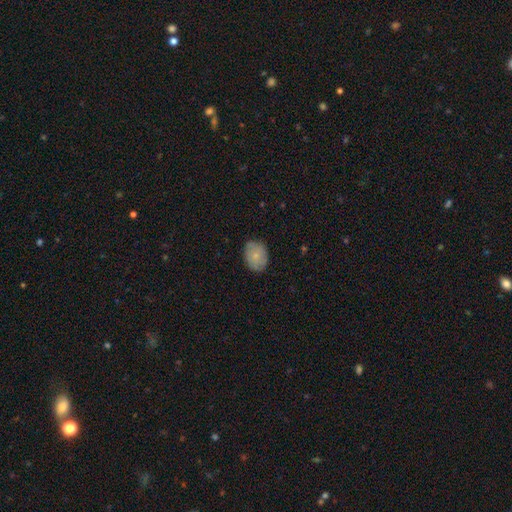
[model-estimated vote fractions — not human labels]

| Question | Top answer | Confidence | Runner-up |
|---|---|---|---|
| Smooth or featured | smooth | 71% | featured or disk (22%) |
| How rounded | in between | 73% | round (26%) |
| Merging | none | 80% | minor disturbance (16%) |